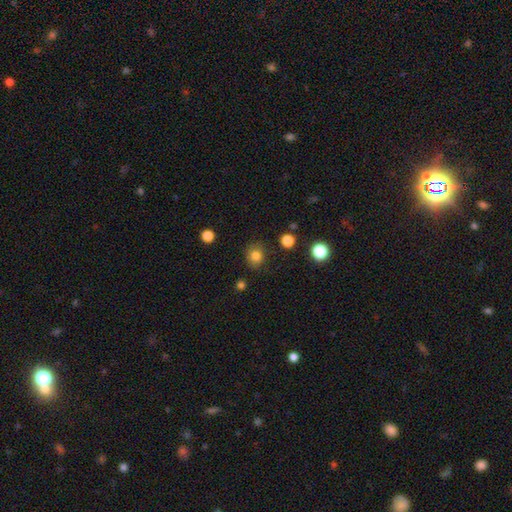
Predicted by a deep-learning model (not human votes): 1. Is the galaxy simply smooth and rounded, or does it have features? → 82% smooth, 13% star or artifact, 6% featured or disk.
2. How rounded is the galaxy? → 80% round, 19% in between, 1% cigar-shaped.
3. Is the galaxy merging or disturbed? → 83% none, 12% minor disturbance, 3% major disturbance, 2% merger.